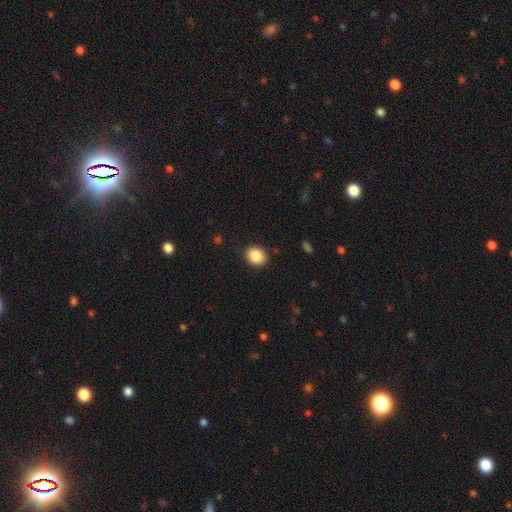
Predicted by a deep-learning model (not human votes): Smooth or featured? Predicted: smooth (p=0.87). How rounded? Predicted: round (p=0.67). Merging? Predicted: none (p=0.88).